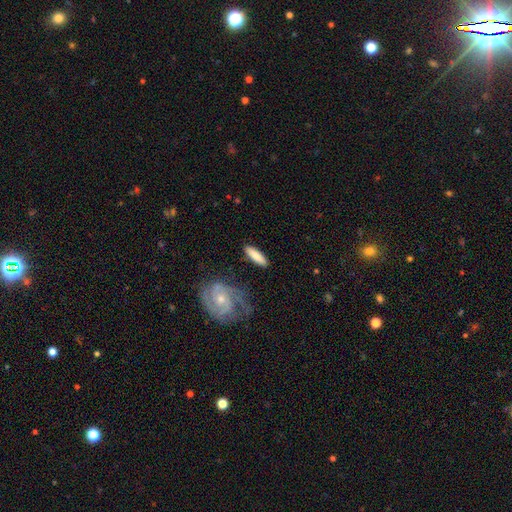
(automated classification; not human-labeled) smooth 78%, featured or disk 17%, star or artifact 5%. Down the decision tree: how rounded — cigar-shaped (64%); merging — none (83%).